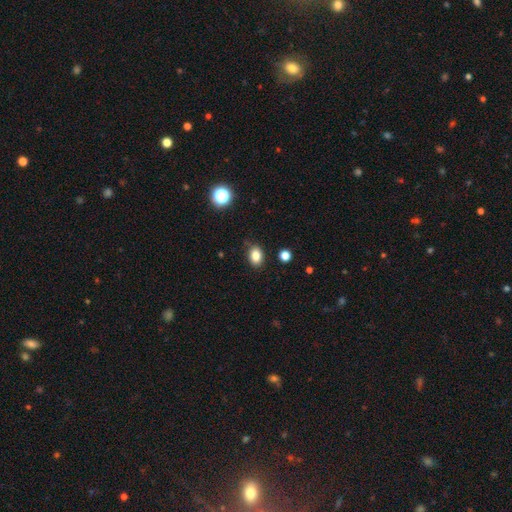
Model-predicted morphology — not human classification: Smooth or featured? Predicted: smooth (p=0.83). How rounded? Predicted: in between (p=0.76). Merging? Predicted: none (p=0.83).